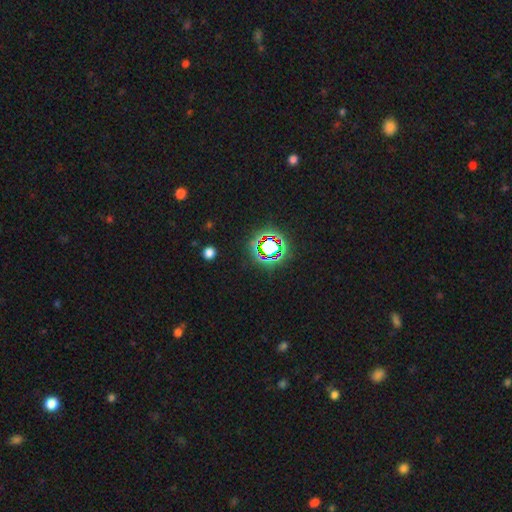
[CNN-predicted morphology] smooth_or_featured: star or artifact (p=0.75) [alt: smooth p=0.15]